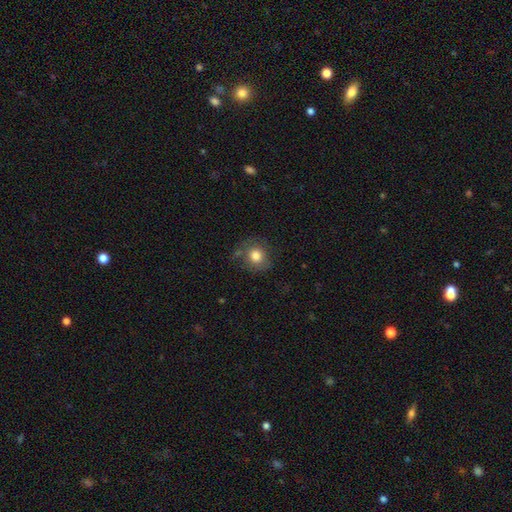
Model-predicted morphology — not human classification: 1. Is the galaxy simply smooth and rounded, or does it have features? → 79% smooth, 11% featured or disk, 9% star or artifact.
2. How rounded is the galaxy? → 85% round, 14% in between, 1% cigar-shaped.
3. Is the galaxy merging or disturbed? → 70% none, 19% minor disturbance, 7% major disturbance, 4% merger.